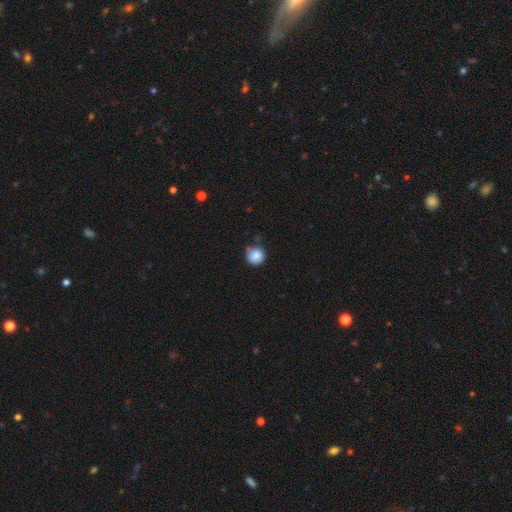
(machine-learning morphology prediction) Smooth or featured: smooth — 87% (star or artifact — 9%)
How rounded: round — 94% (in between — 5%)
Merging: none — 68% (minor disturbance — 24%)